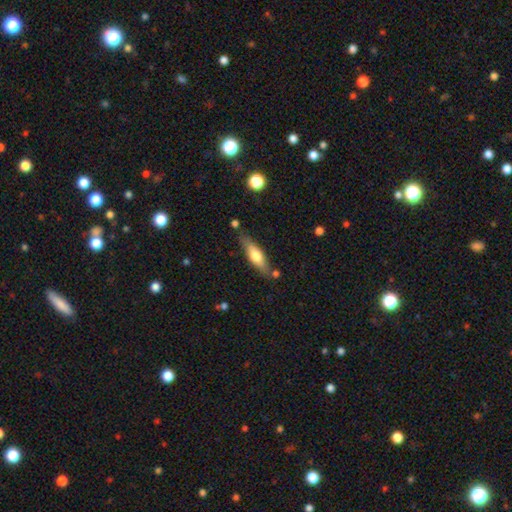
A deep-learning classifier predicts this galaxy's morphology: smooth 52%, featured or disk 42%, star or artifact 6%. Down the decision tree: how rounded — cigar-shaped (61%); merging — none (75%).